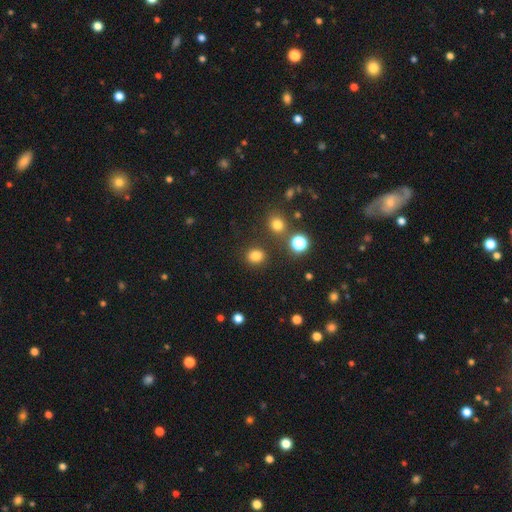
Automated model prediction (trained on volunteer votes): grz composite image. It shows a smooth galaxy with no disk features (80%) that is round (73%). Merging: none (84%).